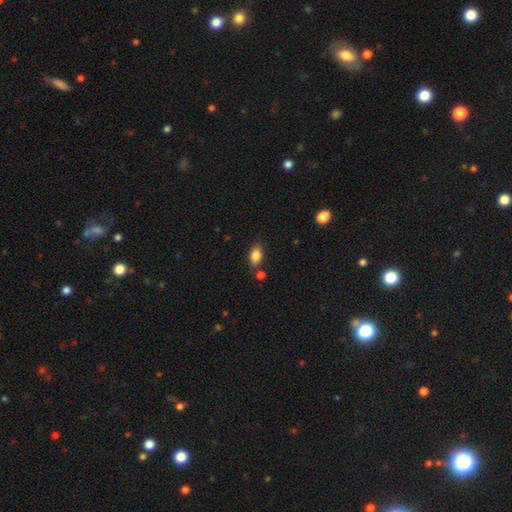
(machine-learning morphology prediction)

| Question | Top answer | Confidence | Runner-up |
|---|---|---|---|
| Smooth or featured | smooth | 83% | star or artifact (9%) |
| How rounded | in between | 82% | round (16%) |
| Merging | none | 76% | minor disturbance (13%) |